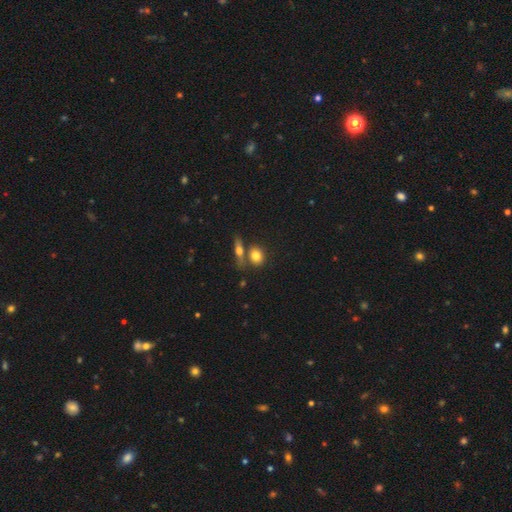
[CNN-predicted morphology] This appears to be a smooth galaxy with no disk features (77%) that is in between round and cigar-shaped (50%). Merging: none (58%).